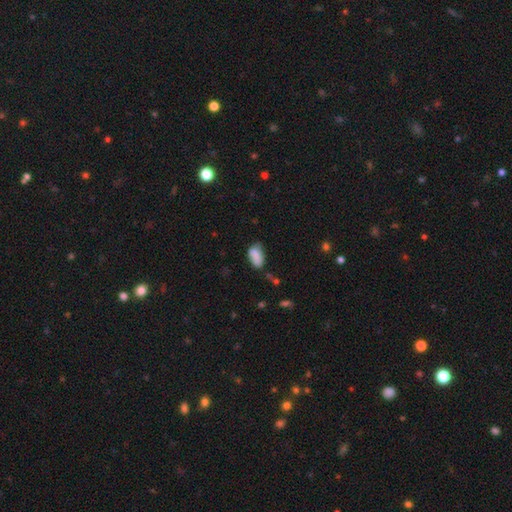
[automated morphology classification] Overall: smooth (82%). How rounded: in between (91%). Merging: none (50%; minor disturbance 36%).